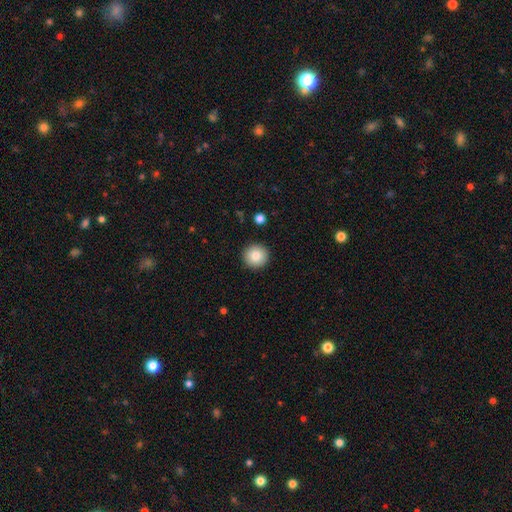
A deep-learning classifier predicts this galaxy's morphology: The model was most divided on "smooth or featured": smooth: 84%, star or artifact: 8%, featured or disk: 7%. More confident: how rounded — round (95%); merging — none (92%).